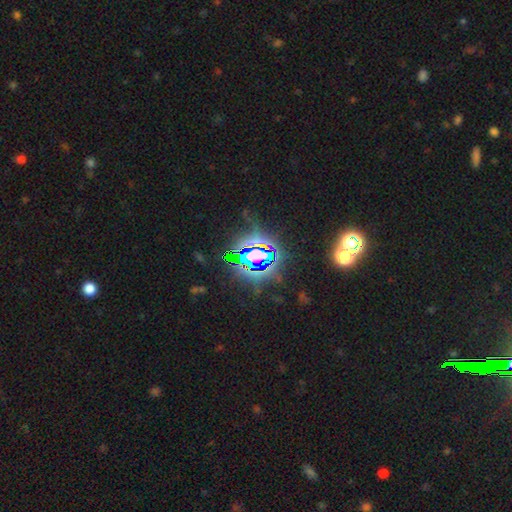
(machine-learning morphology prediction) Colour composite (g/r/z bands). It shows a star or artifact, not a galaxy (78%).